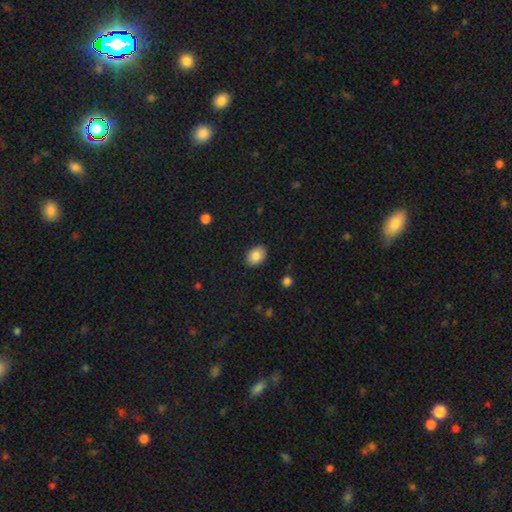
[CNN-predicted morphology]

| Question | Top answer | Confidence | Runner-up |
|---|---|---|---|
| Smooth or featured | smooth | 84% | featured or disk (8%) |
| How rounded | in between | 74% | round (25%) |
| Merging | none | 89% | minor disturbance (8%) |